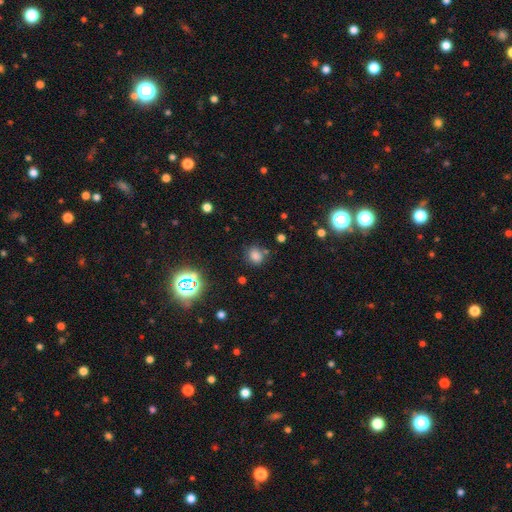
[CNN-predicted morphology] Smooth or featured: smooth — 73% (star or artifact — 21%)
How rounded: round — 69% (in between — 30%)
Merging: none — 74% (minor disturbance — 14%)